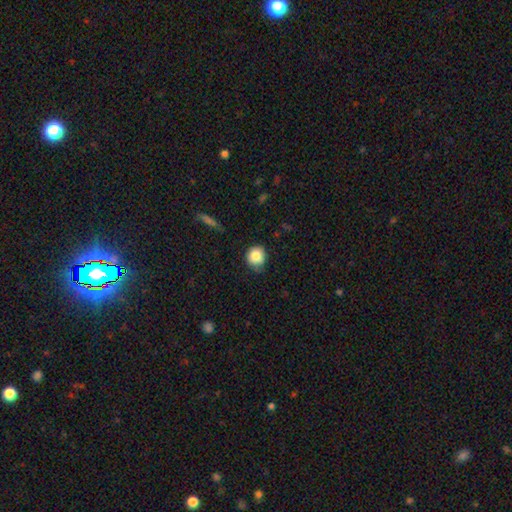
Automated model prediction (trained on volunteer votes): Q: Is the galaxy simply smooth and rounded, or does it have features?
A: smooth — 83%.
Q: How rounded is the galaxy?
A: round — 86%.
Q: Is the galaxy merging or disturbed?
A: none — 67%.